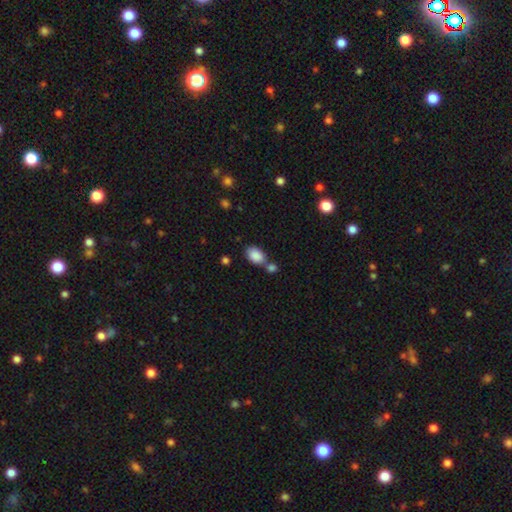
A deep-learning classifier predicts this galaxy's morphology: Overall: smooth (88%). How rounded: in between (86%). Merging: none (54%; merger 30%).